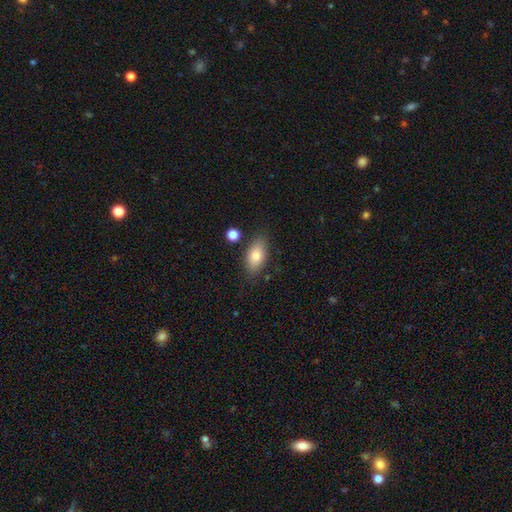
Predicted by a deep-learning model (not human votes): Smooth or featured? Predicted: smooth (p=0.81). How rounded? Predicted: in between (p=0.89). Merging? Predicted: none (p=0.80).